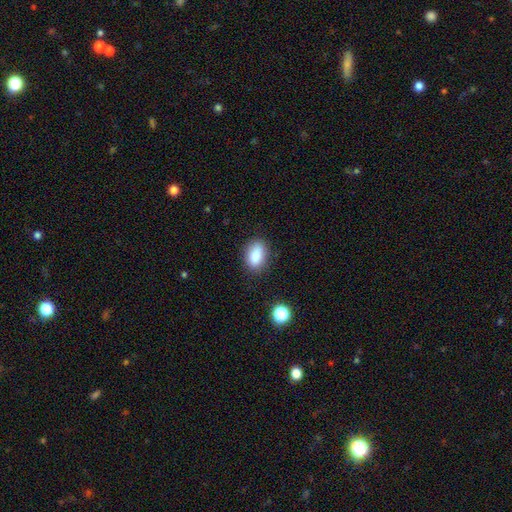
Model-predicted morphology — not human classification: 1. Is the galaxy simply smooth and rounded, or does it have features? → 86% smooth, 9% star or artifact, 6% featured or disk.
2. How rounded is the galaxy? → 86% in between, 11% round, 2% cigar-shaped.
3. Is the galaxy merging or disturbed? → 84% none, 11% minor disturbance, 3% major disturbance, 2% merger.